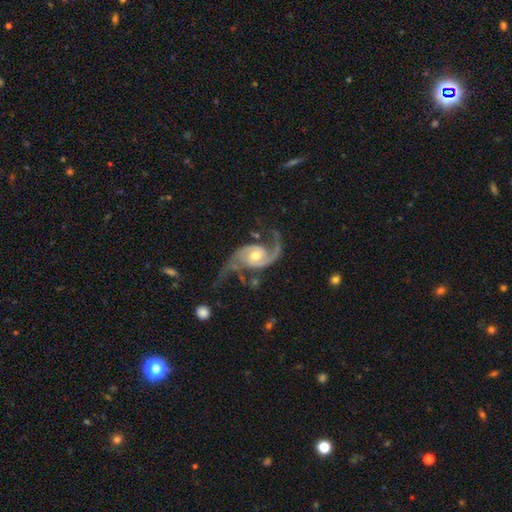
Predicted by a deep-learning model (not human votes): Overall: featured or disk (92%). Edge-on disk: no (98%). Bar: no (67%). Spiral arms: yes (98%). Spiral arm count: 2 (93%). Spiral winding: loose (53%; medium 37%). Bulge size: moderate (69%). Merging: none (60%).